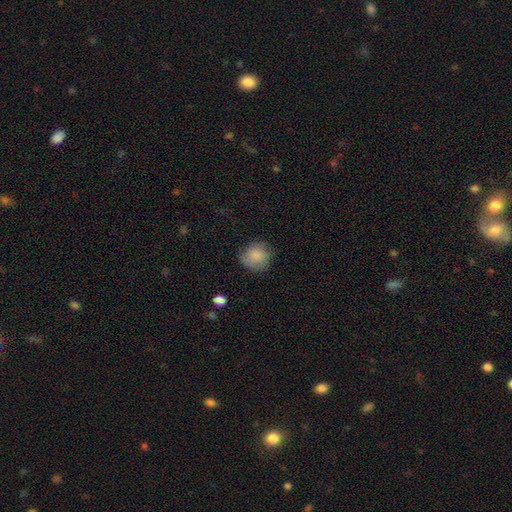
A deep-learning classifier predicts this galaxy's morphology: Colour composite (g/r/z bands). It shows a smooth galaxy with no disk features (85%) that is round (87%). Merging: none (74%).